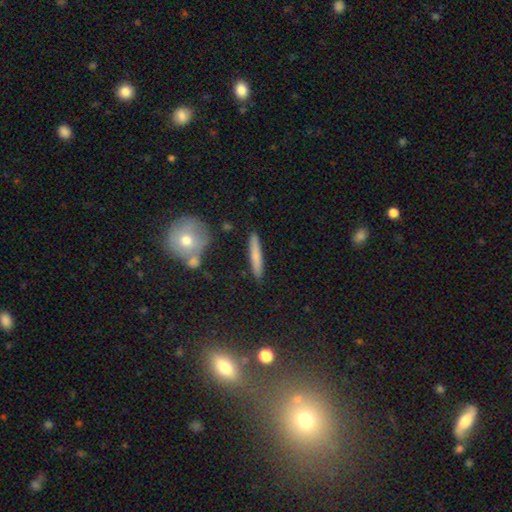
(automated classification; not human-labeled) The model was most divided on "smooth or featured": smooth: 69%, featured or disk: 25%, star or artifact: 6%. More confident: how rounded — cigar-shaped (92%); merging — none (87%).